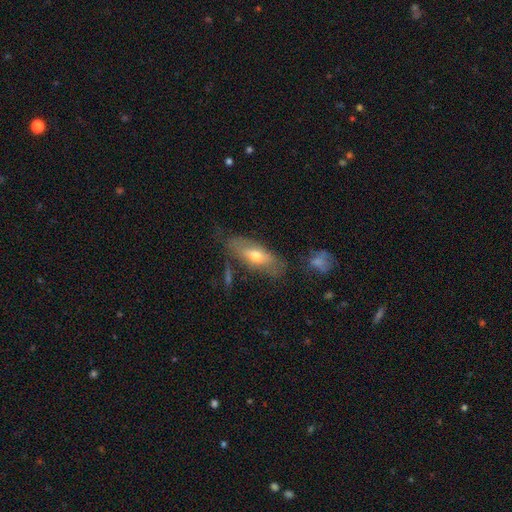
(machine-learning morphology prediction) smooth-or-featured: smooth: 55% | featured or disk: 38% | star or artifact: 7%
  how-rounded: in between: 68% | cigar-shaped: 28% | round: 3%
  merging: none: 66% | minor disturbance: 21% | major disturbance: 7% | merger: 5%